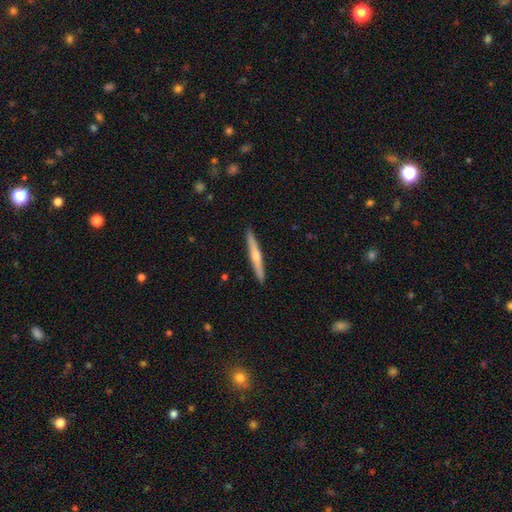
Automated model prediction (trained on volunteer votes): Q: Smooth or featured?
A: featured or disk (66%); runner-up: smooth (28%)
Q: Edge-on disk?
A: yes (97%); runner-up: no (3%)
Q: Edge-on bulge?
A: rounded (85%); runner-up: none (12%)
Q: Merging?
A: none (92%); runner-up: minor disturbance (6%)